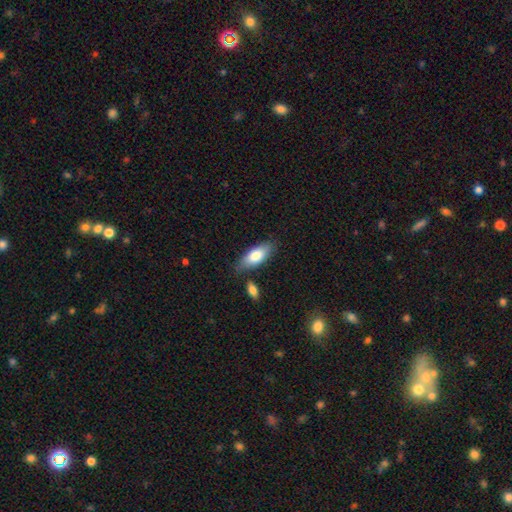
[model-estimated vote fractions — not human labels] A smooth galaxy with no disk features (78%) that is in between round and cigar-shaped (80%). Merging: none (76%).